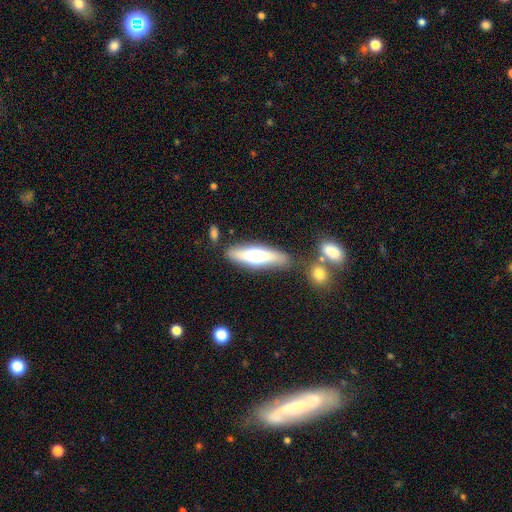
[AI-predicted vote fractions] Q: Smooth or featured?
A: smooth (48%); runner-up: featured or disk (45%)
Q: Merging?
A: none (77%); runner-up: minor disturbance (12%)